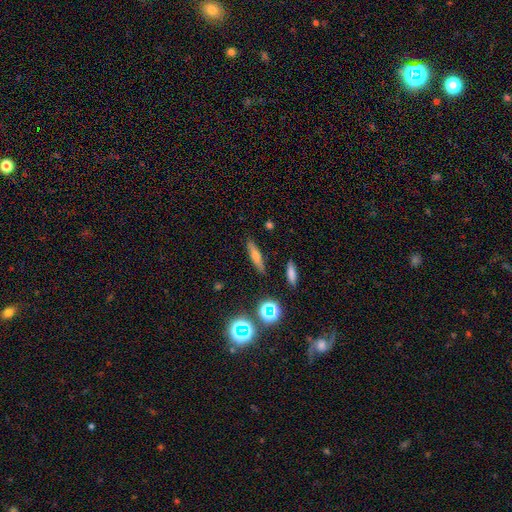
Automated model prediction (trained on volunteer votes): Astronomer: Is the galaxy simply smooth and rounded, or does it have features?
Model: smooth — 49% (runner-up: featured or disk, 34%).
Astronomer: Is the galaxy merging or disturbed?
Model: none — 88%.